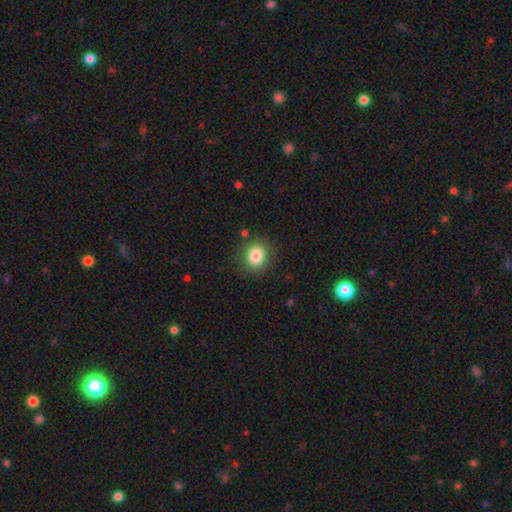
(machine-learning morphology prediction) type=smooth (82%); roundness=round (71%); merging=none (85%).